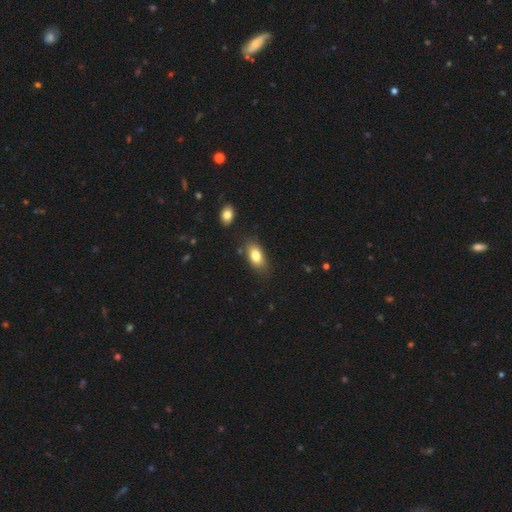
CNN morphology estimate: type=smooth (81%); roundness=in between (89%); merging=none (77%).